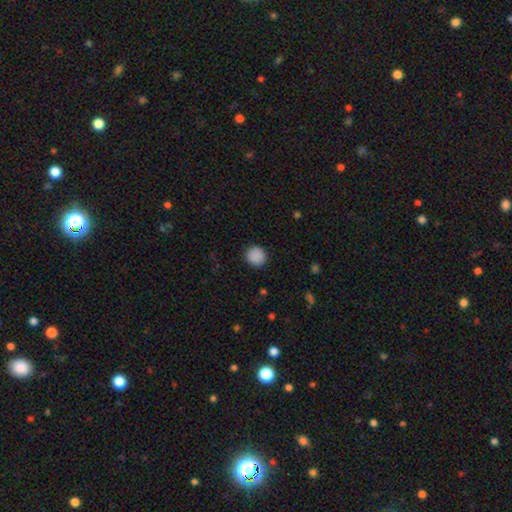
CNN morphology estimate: Overall: smooth (89%). How rounded: round (93%). Merging: none (90%).